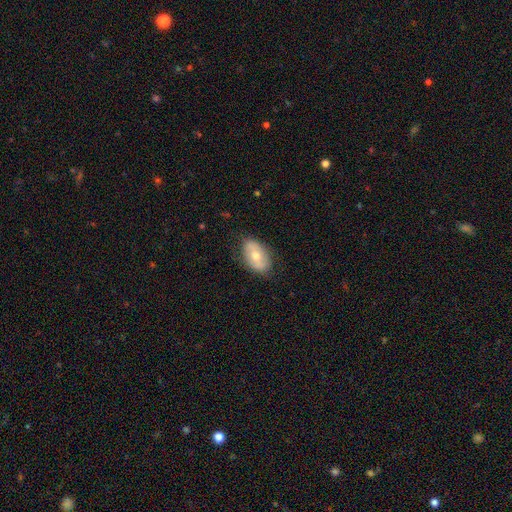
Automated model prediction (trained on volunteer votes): The model was most divided on "smooth or featured": smooth: 51%, featured or disk: 42%, star or artifact: 7%. More confident: how rounded — in between (89%); merging — none (79%).